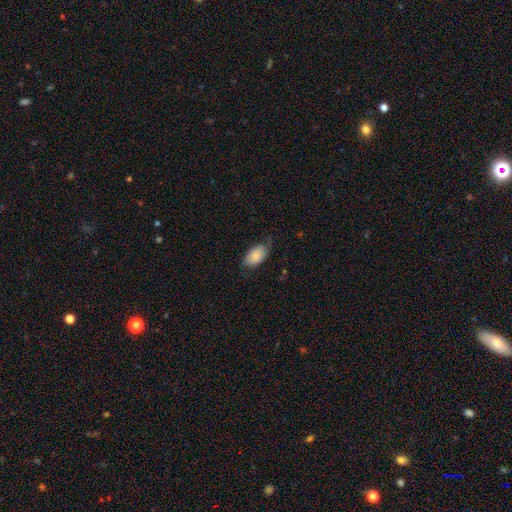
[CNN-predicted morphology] Smooth or featured: smooth — 79% (featured or disk — 14%)
How rounded: in between — 94% (round — 4%)
Merging: none — 60% (minor disturbance — 30%)